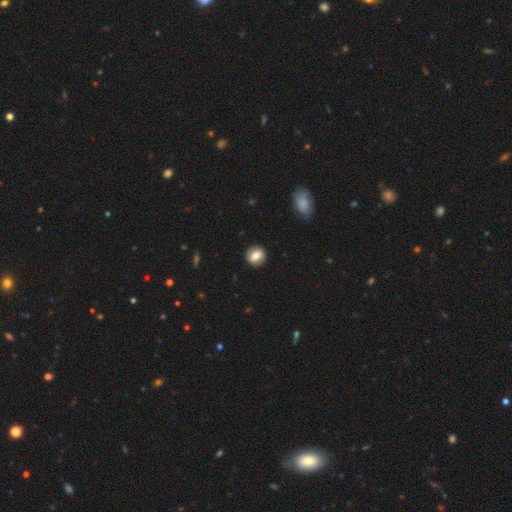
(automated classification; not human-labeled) A smooth galaxy with no disk features (78%) that is round (78%). Merging: none (89%).